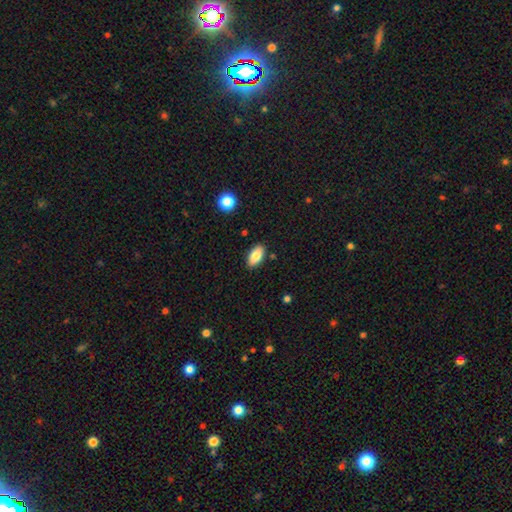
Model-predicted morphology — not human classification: This is clearly a smooth galaxy (81%). How rounded: clearly in between (91%). Merging: clearly none (87%).